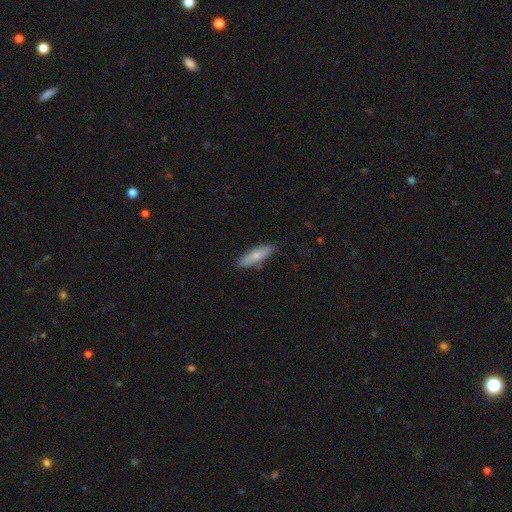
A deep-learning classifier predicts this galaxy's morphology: smooth 71%, featured or disk 23%, star or artifact 6%. Down the decision tree: how rounded — cigar-shaped (62%); merging — none (84%).